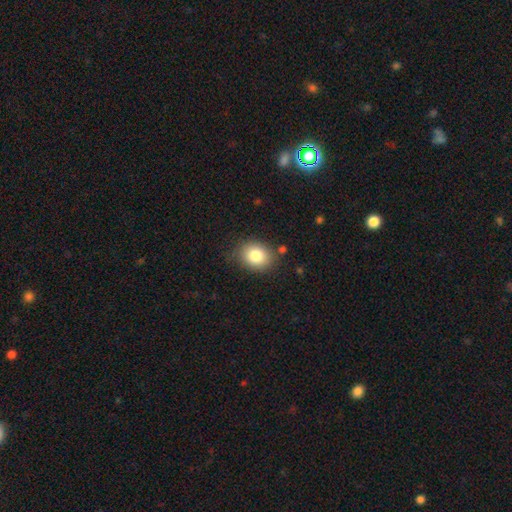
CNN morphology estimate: type=smooth (82%); roundness=in between (51%); merging=none (80%).